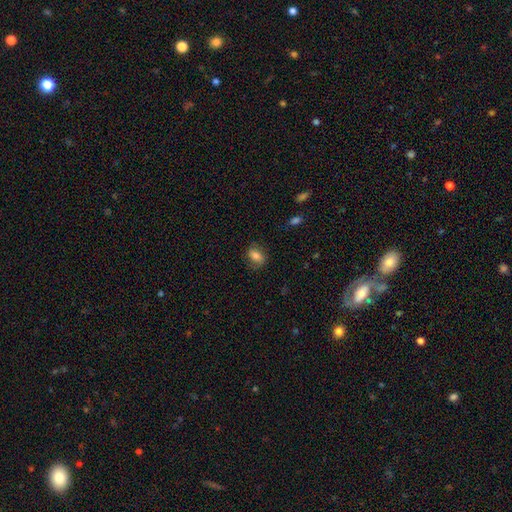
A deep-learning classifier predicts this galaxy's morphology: Q: Smooth or featured?
A: smooth (76%); runner-up: featured or disk (15%)
Q: How rounded?
A: in between (75%); runner-up: round (23%)
Q: Merging?
A: none (75%); runner-up: minor disturbance (17%)